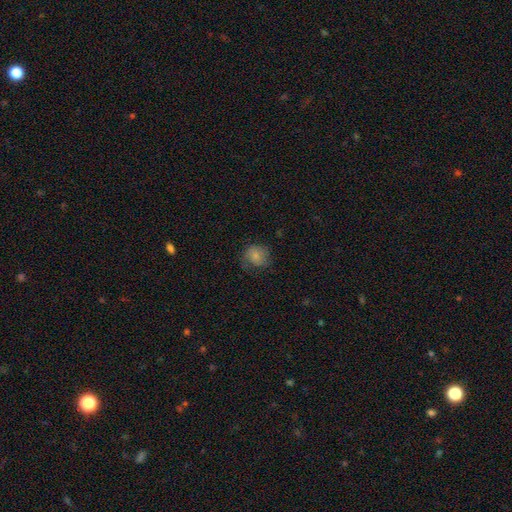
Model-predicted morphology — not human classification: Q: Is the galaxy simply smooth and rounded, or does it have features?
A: smooth — 77%.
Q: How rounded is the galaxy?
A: round — 76%.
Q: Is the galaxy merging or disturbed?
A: none — 62%.